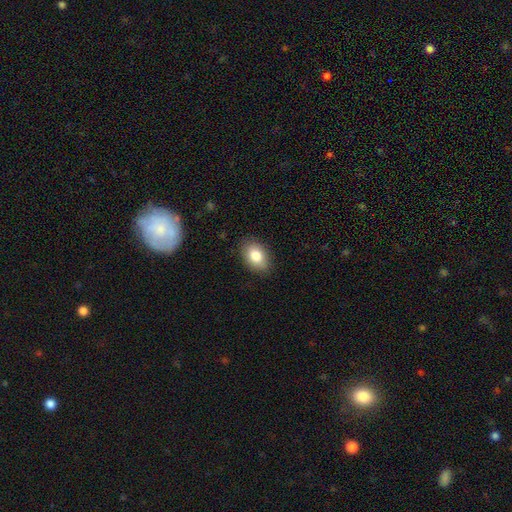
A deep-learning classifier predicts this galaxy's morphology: This is clearly a smooth galaxy (82%). How rounded: clearly in between (84%). Merging: clearly none (86%).